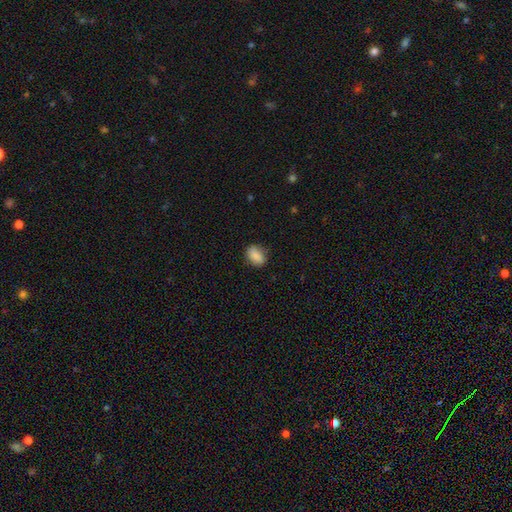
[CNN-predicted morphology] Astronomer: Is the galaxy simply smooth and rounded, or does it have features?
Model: smooth — 87%.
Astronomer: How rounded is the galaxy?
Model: in between — 81%.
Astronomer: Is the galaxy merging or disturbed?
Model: none — 80%.